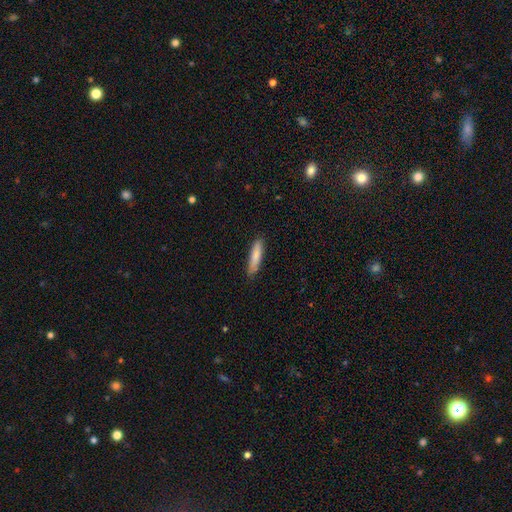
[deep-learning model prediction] Q: Smooth or featured?
A: smooth (82%); runner-up: featured or disk (13%)
Q: How rounded?
A: cigar-shaped (81%); runner-up: in between (18%)
Q: Merging?
A: none (83%); runner-up: minor disturbance (13%)